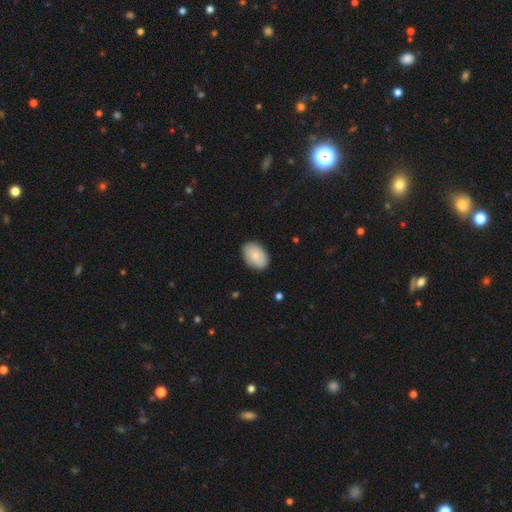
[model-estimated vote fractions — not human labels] A smooth galaxy with no disk features (84%) that is in between round and cigar-shaped (88%). Merging: none (87%).